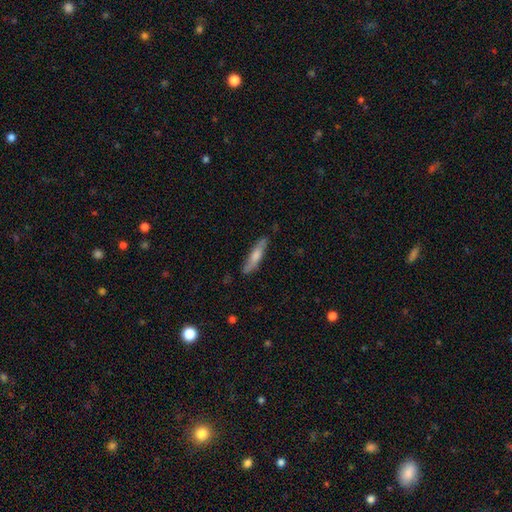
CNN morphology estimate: Overall: smooth (63%; featured or disk 31%). How rounded: cigar-shaped (83%). Merging: none (81%).